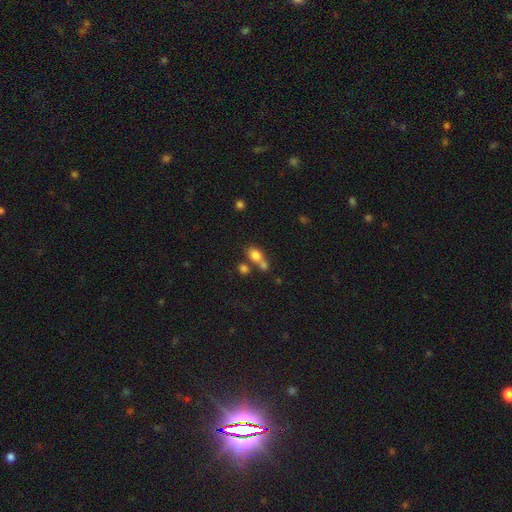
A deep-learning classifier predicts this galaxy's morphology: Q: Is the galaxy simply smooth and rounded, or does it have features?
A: smooth — 78%.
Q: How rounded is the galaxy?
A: in between — 64%.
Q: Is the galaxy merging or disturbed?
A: merger — 43%.